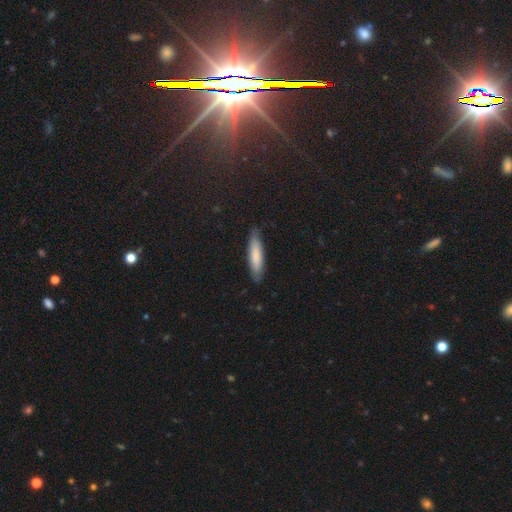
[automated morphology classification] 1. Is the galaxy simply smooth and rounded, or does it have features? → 78% smooth, 16% featured or disk, 6% star or artifact.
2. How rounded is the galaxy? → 74% cigar-shaped, 24% in between, 1% round.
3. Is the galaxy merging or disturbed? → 82% none, 15% minor disturbance, 2% major disturbance, 1% merger.